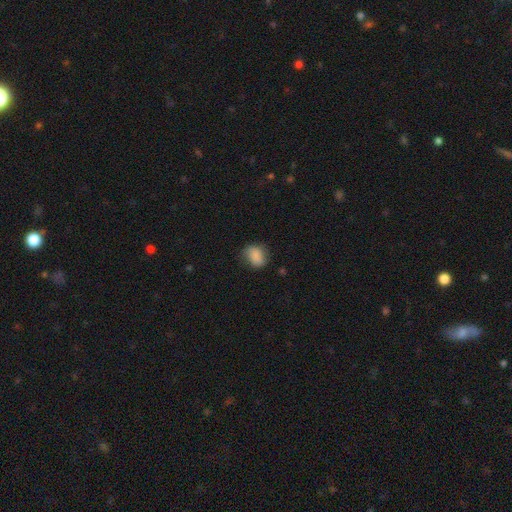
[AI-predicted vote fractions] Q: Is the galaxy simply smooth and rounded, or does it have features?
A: smooth — 84%.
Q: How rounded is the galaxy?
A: in between — 63%.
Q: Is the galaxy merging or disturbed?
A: none — 73%.